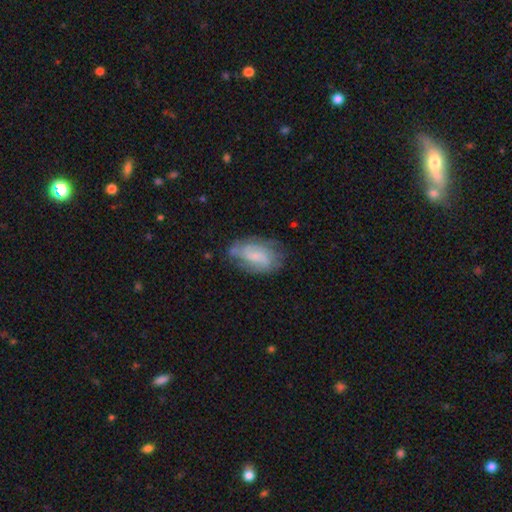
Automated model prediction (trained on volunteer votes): smooth-or-featured: featured or disk: 51% | smooth: 41% | star or artifact: 8%
  disk-edge-on: no: 95% | yes: 5%
  merging: none: 57% | minor disturbance: 28% | major disturbance: 12% | merger: 3%